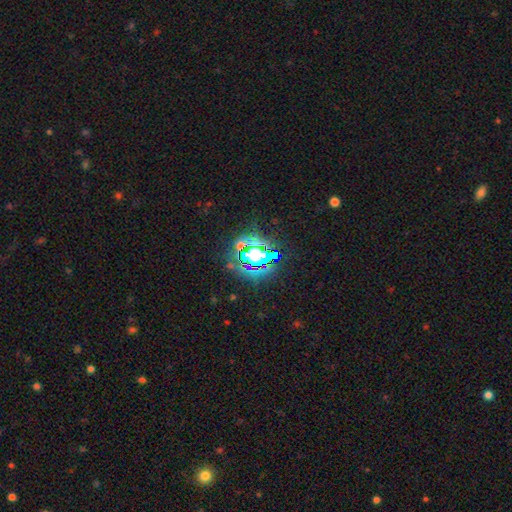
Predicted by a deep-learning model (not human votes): Smooth or featured: star or artifact — 64% (smooth — 22%)